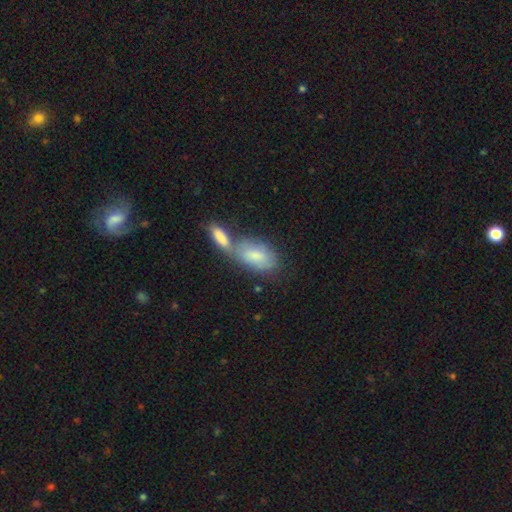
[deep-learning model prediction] This appears to be a smooth galaxy with no disk features (74%) that is in between round and cigar-shaped (89%). Merging: merger (56%).